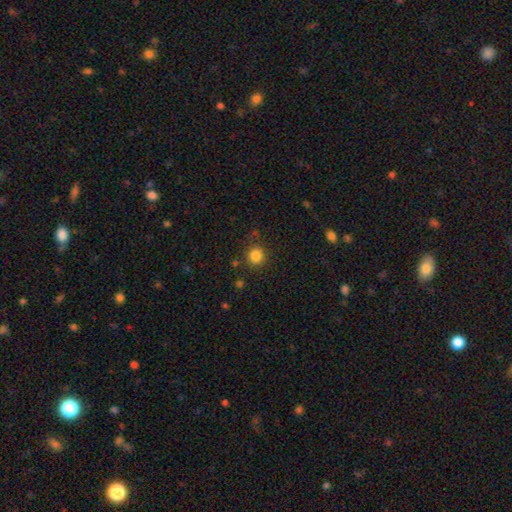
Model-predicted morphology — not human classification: This is clearly a smooth galaxy (83%). How rounded: clearly round (87%). Merging: clearly none (84%).